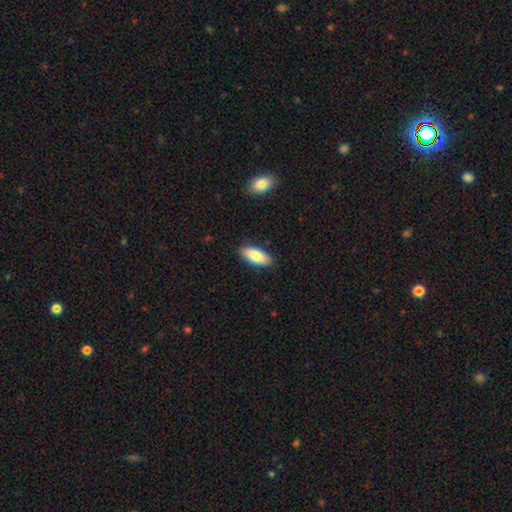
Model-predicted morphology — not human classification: Smooth or featured? smooth (83%)
How rounded? in between (84%)
Merging? none (88%)